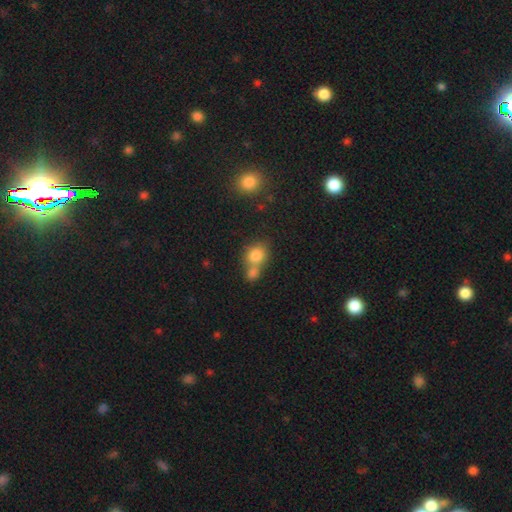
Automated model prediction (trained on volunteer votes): smooth_or_featured: smooth (p=0.80) [alt: star or artifact p=0.10]
how_rounded: round (p=0.67) [alt: in between p=0.32]
merging: merger (p=0.53) [alt: none p=0.34]